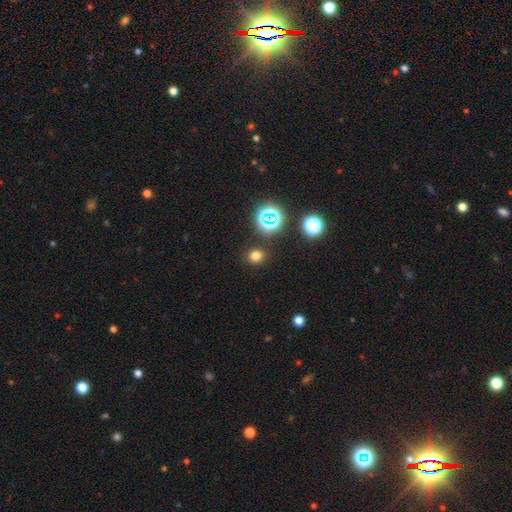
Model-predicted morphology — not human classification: Q: Smooth or featured?
A: smooth (72%); runner-up: star or artifact (22%)
Q: How rounded?
A: round (81%); runner-up: in between (18%)
Q: Merging?
A: none (88%); runner-up: minor disturbance (7%)